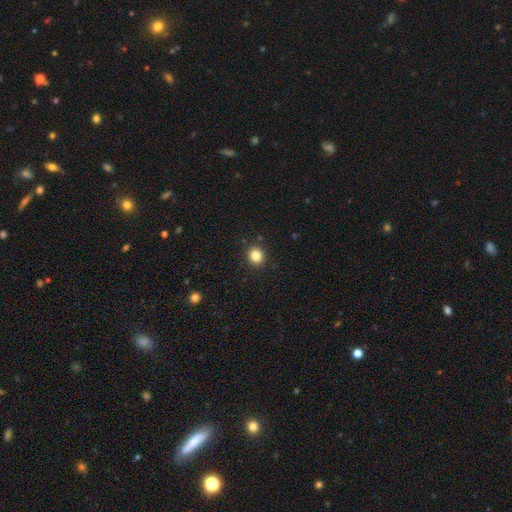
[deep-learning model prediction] A smooth galaxy with no disk features (84%) that is round (86%). Merging: none (91%).